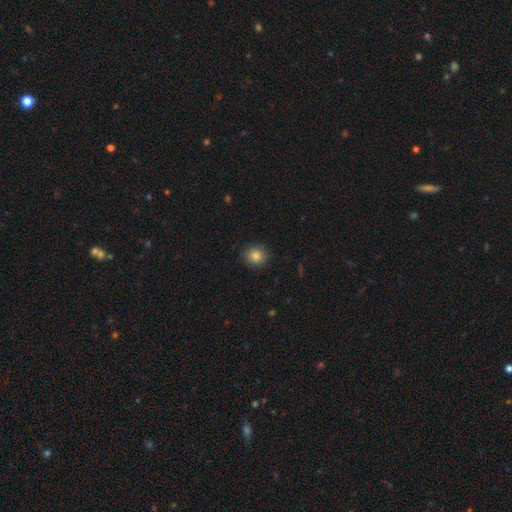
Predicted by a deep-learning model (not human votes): Smooth or featured? Predicted: smooth (p=0.84). How rounded? Predicted: round (p=0.81). Merging? Predicted: none (p=0.90).